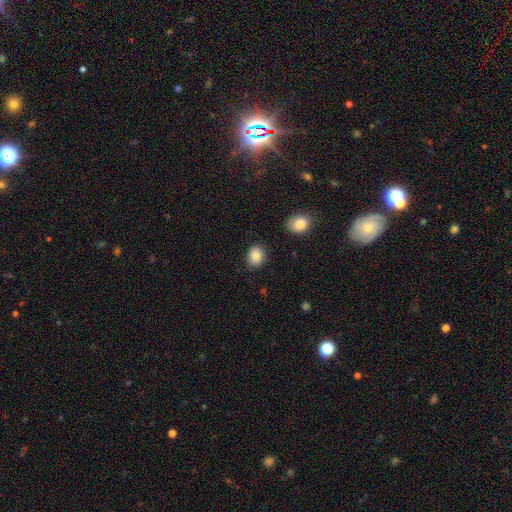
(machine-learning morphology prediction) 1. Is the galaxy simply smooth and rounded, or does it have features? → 86% smooth, 8% star or artifact, 6% featured or disk.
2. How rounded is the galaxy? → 53% in between, 46% round, 1% cigar-shaped.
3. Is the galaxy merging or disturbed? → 85% none, 10% minor disturbance, 3% major disturbance, 2% merger.